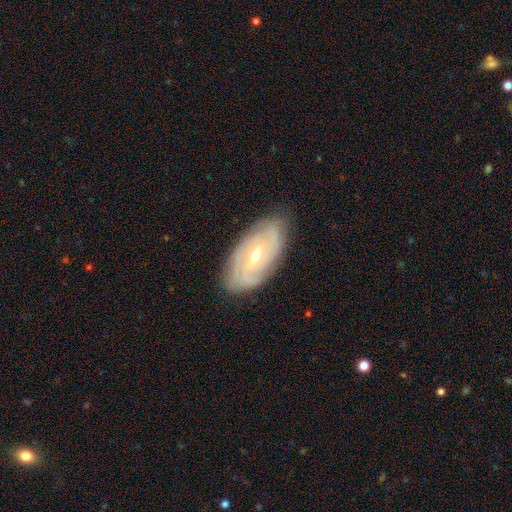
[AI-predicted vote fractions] Smooth or featured: featured or disk — 78% (smooth — 16%)
Edge-on disk: no — 93% (yes — 7%)
Bar: no — 44% (weak — 43%)
Spiral arms: yes — 91% (no — 9%)
Spiral winding: tight — 63% (medium — 28%)
Spiral arm count: can't tell — 35% (2 — 30%)
Bulge size: small — 56% (moderate — 42%)
Merging: none — 81% (minor disturbance — 14%)